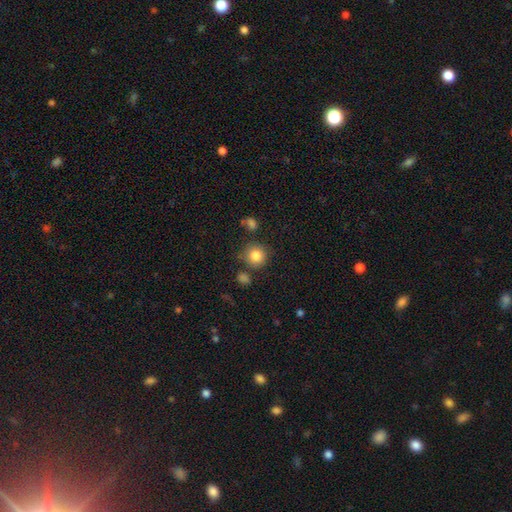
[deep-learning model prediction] A smooth galaxy with no disk features (83%) that is round (91%).

Vote fractions:
- Smooth or featured? smooth: 83% / star or artifact: 10% / featured or disk: 7%
- How rounded? round: 91% / in between: 8% / cigar-shaped: 1%
- Merging? none: 77% / minor disturbance: 12% / merger: 7% / major disturbance: 4%